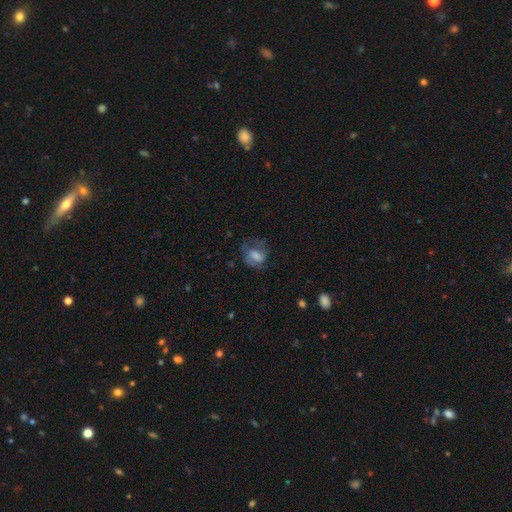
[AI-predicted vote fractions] A smooth galaxy with no disk features (53%) that is in between round and cigar-shaped (69%). Merging: none (46%).